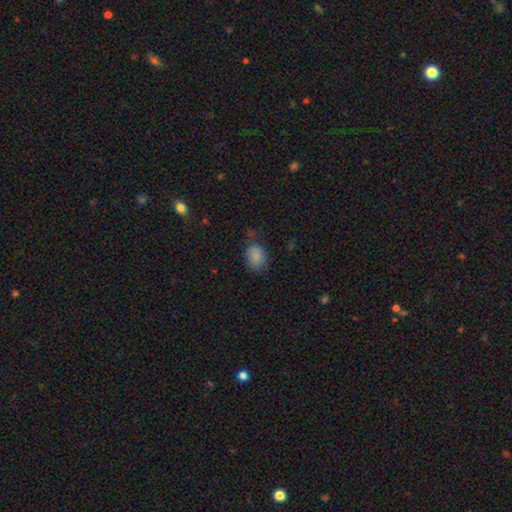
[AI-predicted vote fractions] Q: Smooth or featured?
A: smooth (84%); runner-up: star or artifact (10%)
Q: How rounded?
A: in between (65%); runner-up: round (34%)
Q: Merging?
A: none (64%); runner-up: minor disturbance (24%)